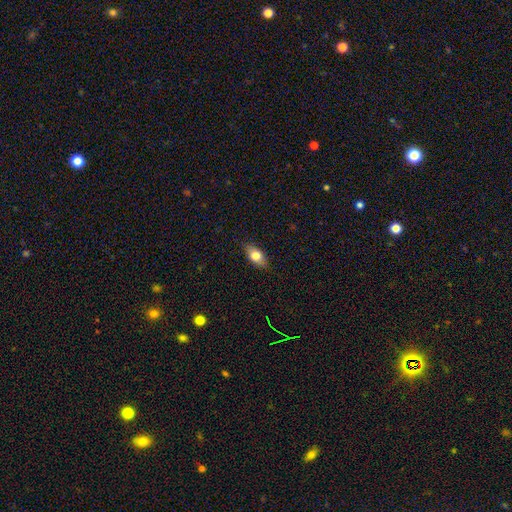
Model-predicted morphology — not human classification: type=smooth (73%); roundness=in between (85%); merging=none (84%).